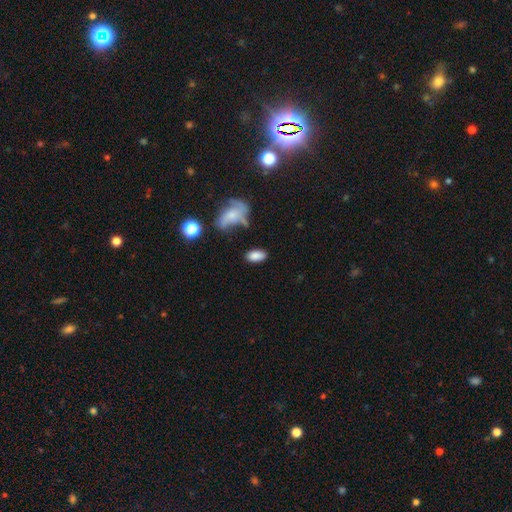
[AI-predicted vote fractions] Q: Smooth or featured?
A: smooth (83%); runner-up: featured or disk (9%)
Q: How rounded?
A: in between (92%); runner-up: round (4%)
Q: Merging?
A: none (75%); runner-up: minor disturbance (14%)